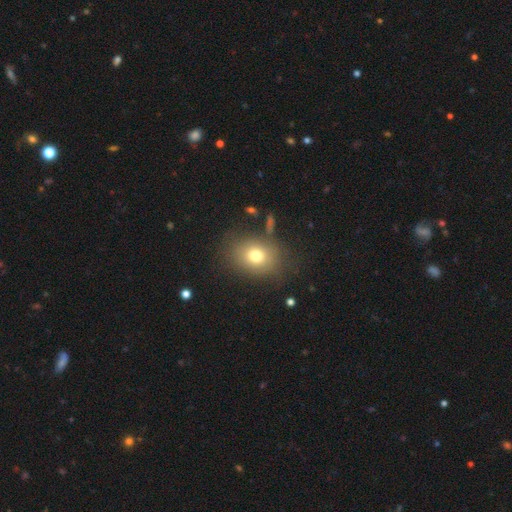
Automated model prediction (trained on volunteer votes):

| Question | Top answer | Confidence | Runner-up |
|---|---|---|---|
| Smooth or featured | smooth | 73% | featured or disk (14%) |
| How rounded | in between | 50% | round (49%) |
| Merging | none | 75% | minor disturbance (14%) |